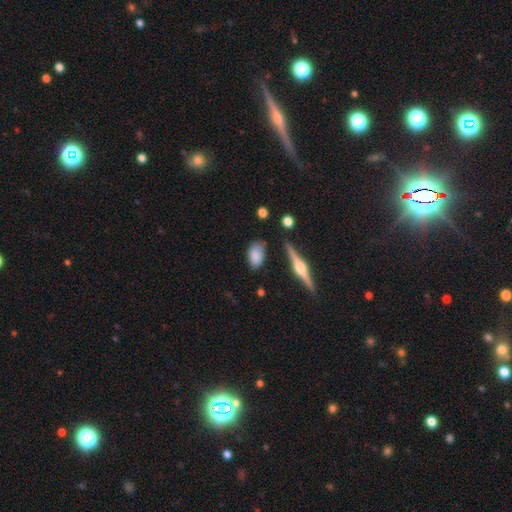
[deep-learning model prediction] Smooth or featured? smooth (78%)
How rounded? in between (88%)
Merging? none (71%)